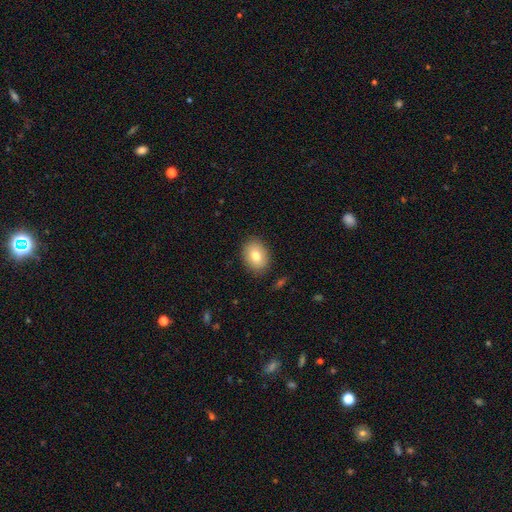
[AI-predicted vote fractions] The model was most divided on "how rounded": in between: 68%, round: 31%, cigar-shaped: 1%. More confident: merging — none (87%); smooth or featured — smooth (79%).